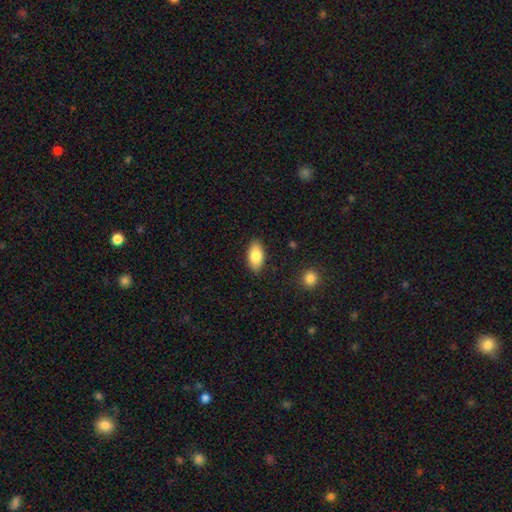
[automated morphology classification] smooth 83%, featured or disk 10%, star or artifact 7%. Down the decision tree: how rounded — in between (93%); merging — none (88%).